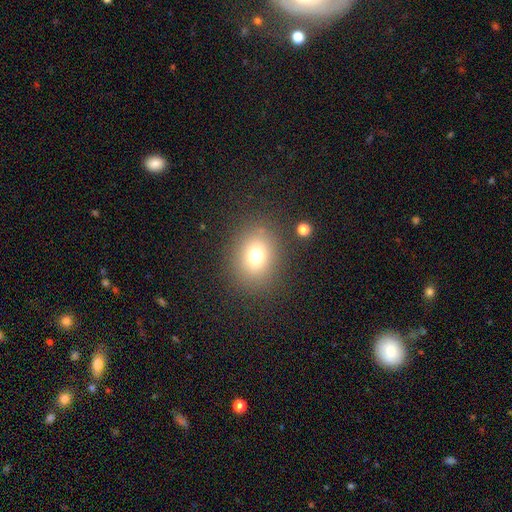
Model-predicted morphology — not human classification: type=smooth (71%); roundness=round (58%); merging=none (84%).